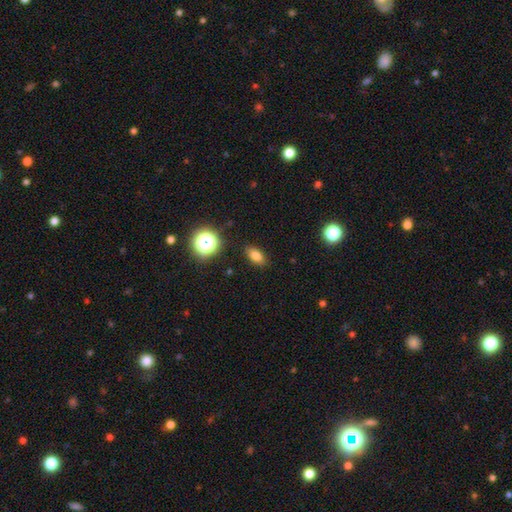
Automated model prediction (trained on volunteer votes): smooth 79%, star or artifact 14%, featured or disk 7%. Down the decision tree: how rounded — in between (84%); merging — none (88%).